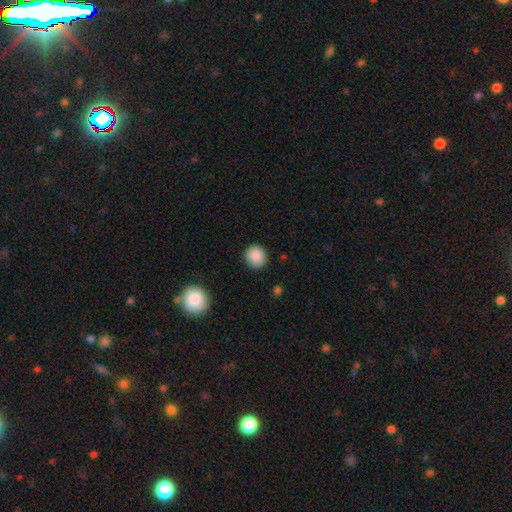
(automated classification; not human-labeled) Morphology: type=smooth (89%); roundness=round (89%); merging=none (88%).